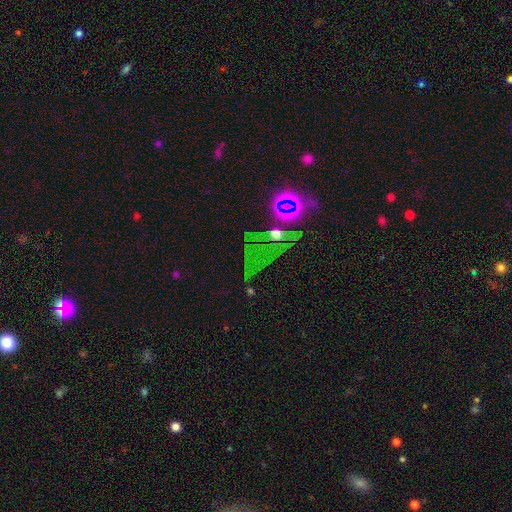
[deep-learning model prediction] Overall: star or artifact (44%; featured or disk 32%).